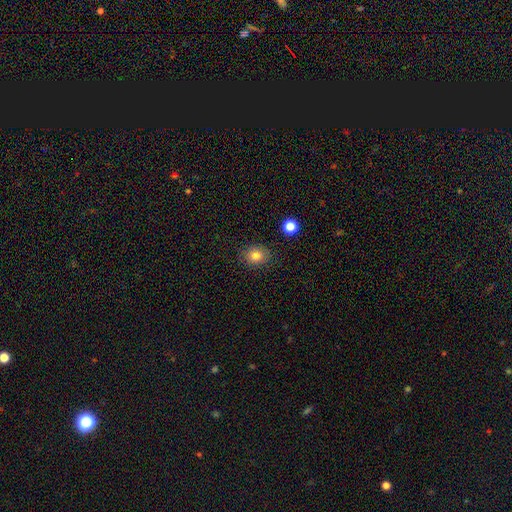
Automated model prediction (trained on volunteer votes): Q: Smooth or featured?
A: smooth (81%); runner-up: star or artifact (11%)
Q: How rounded?
A: round (68%); runner-up: in between (31%)
Q: Merging?
A: none (88%); runner-up: minor disturbance (8%)